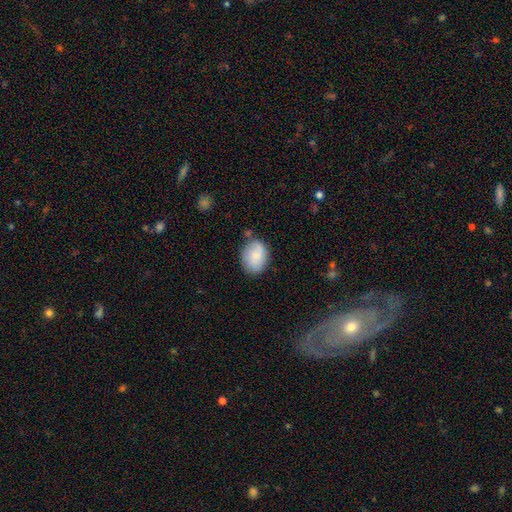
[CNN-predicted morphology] Smooth or featured? smooth (73%)
How rounded? in between (67%)
Merging? none (69%)